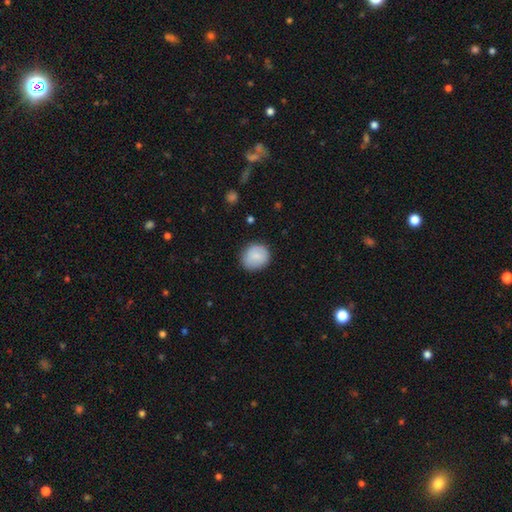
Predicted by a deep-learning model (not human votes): A smooth galaxy with no disk features (85%) that is round (85%).

Vote fractions:
- Smooth or featured? smooth: 85% / featured or disk: 8% / star or artifact: 7%
- How rounded? round: 85% / in between: 14% / cigar-shaped: 1%
- Merging? none: 84% / minor disturbance: 12% / major disturbance: 3% / merger: 1%